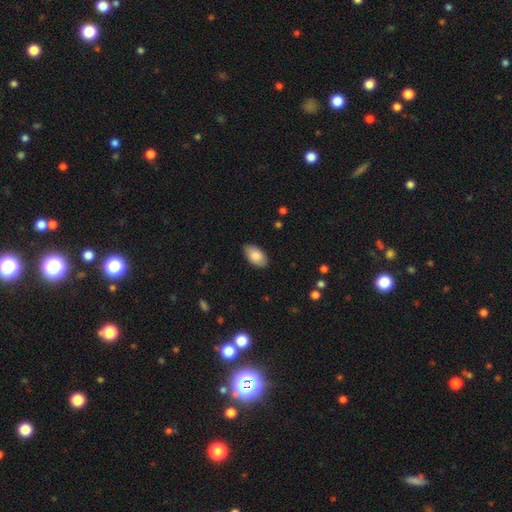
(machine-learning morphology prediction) Q: Smooth or featured?
A: smooth (83%); runner-up: featured or disk (11%)
Q: How rounded?
A: in between (95%); runner-up: round (4%)
Q: Merging?
A: none (83%); runner-up: minor disturbance (14%)